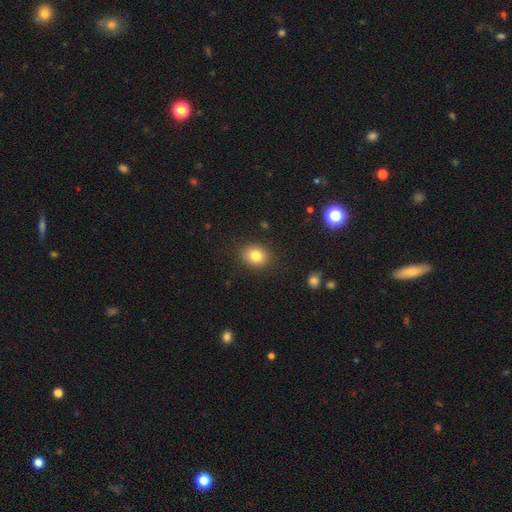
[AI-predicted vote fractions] A smooth galaxy with no disk features (82%) that is round (60%).

Vote fractions:
- Smooth or featured? smooth: 82% / star or artifact: 10% / featured or disk: 8%
- How rounded? round: 60% / in between: 39% / cigar-shaped: 1%
- Merging? none: 87% / minor disturbance: 9% / major disturbance: 3% / merger: 1%